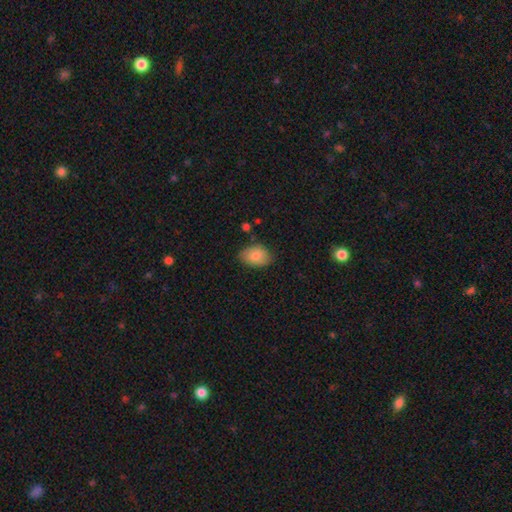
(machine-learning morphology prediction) smooth-or-featured: smooth: 83% | featured or disk: 10% | star or artifact: 7%
  how-rounded: in between: 82% | round: 17% | cigar-shaped: 1%
  merging: none: 74% | minor disturbance: 20% | major disturbance: 4% | merger: 2%